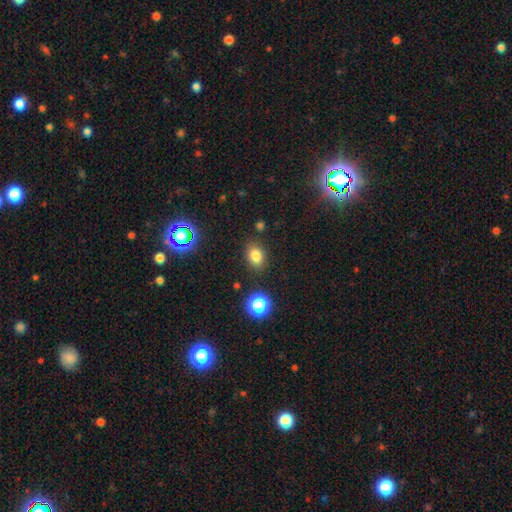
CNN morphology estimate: smooth 79%, star or artifact 14%, featured or disk 7%. Down the decision tree: how rounded — in between (68%); merging — none (83%).